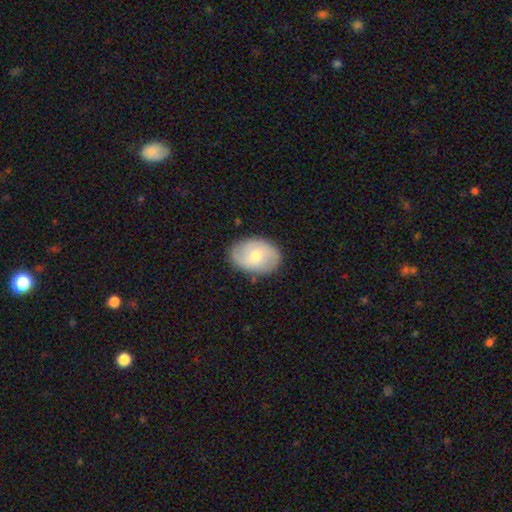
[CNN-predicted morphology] Overall: smooth (53%; featured or disk 41%). How rounded: in between (77%). Merging: none (83%).